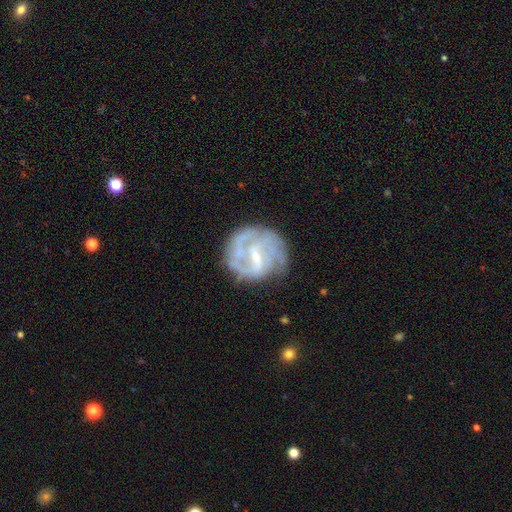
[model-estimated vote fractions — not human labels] Q: Smooth or featured?
A: featured or disk (83%); runner-up: smooth (11%)
Q: Edge-on disk?
A: no (98%); runner-up: yes (2%)
Q: Bar?
A: weak (55%); runner-up: strong (28%)
Q: Spiral arms?
A: yes (90%); runner-up: no (10%)
Q: Spiral winding?
A: tight (43%); runner-up: medium (41%)
Q: Spiral arm count?
A: 2 (29%); runner-up: can't tell (28%)
Q: Bulge size?
A: small (64%); runner-up: moderate (23%)
Q: Merging?
A: none (66%); runner-up: minor disturbance (20%)